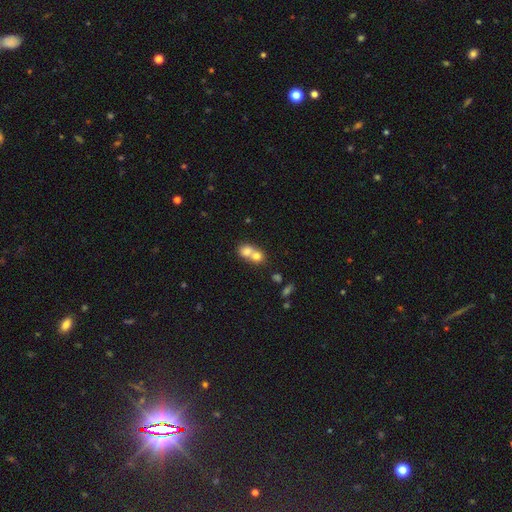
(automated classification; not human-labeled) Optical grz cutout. It shows a smooth galaxy with no disk features (72%) that is round (68%). Merging: merger (73%).